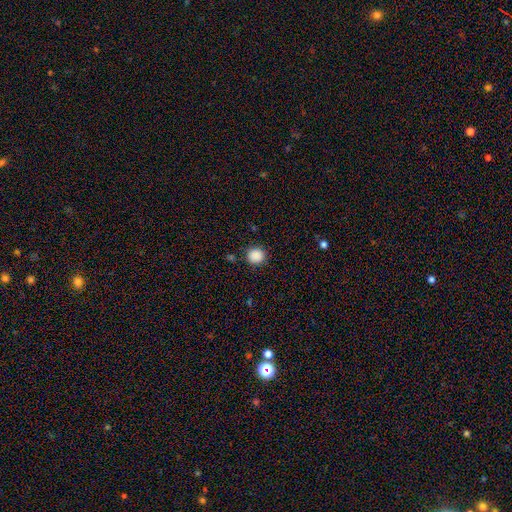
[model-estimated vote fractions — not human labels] This appears to be a smooth galaxy with no disk features (88%) that is round (89%). Merging: none (88%).